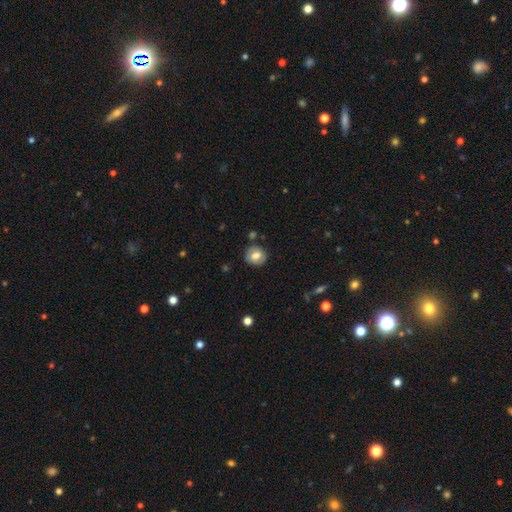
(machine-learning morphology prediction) The model was most divided on "smooth or featured": smooth: 69%, featured or disk: 23%, star or artifact: 8%. More confident: merging — none (84%); how rounded — round (81%).